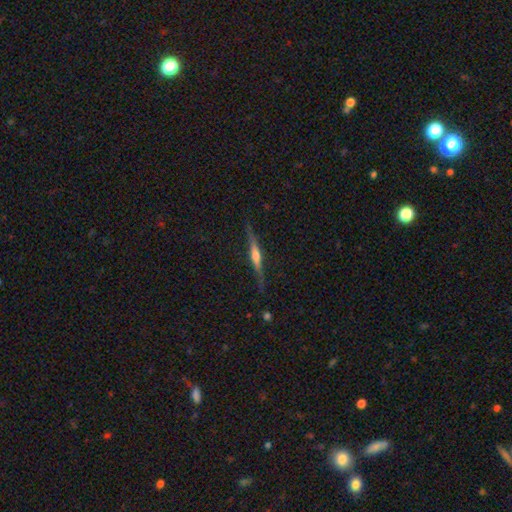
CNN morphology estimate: Smooth or featured? Predicted: featured or disk (p=0.71). Edge-on disk? Predicted: yes (p=0.97). Edge-on bulge? Predicted: rounded (p=0.81). Merging? Predicted: none (p=0.81).